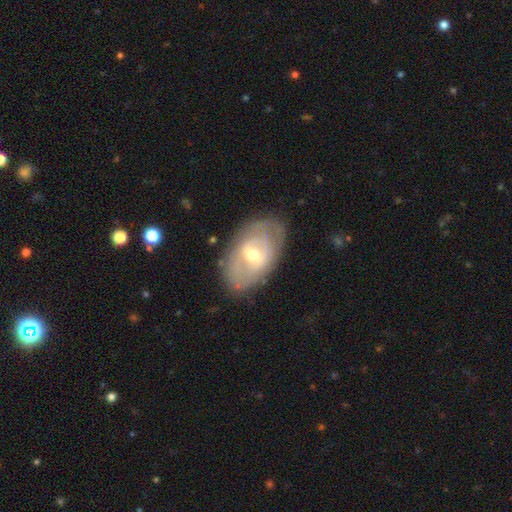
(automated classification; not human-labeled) Smooth or featured?
  - featured or disk: 66% *
  - smooth: 27%
  - star or artifact: 7%
Edge-on disk?
  - no: 92% *
  - yes: 8%
Bar?
  - weak: 49% *
  - no: 34%
  - strong: 17%
Spiral arms?
  - yes: 58% *
  - no: 42%
Bulge size?
  - moderate: 55% *
  - small: 40%
  - large: 3%
  - none: 1%
  - dominant: 1%
Merging?
  - none: 74% *
  - minor disturbance: 19%
  - major disturbance: 6%
  - merger: 2%